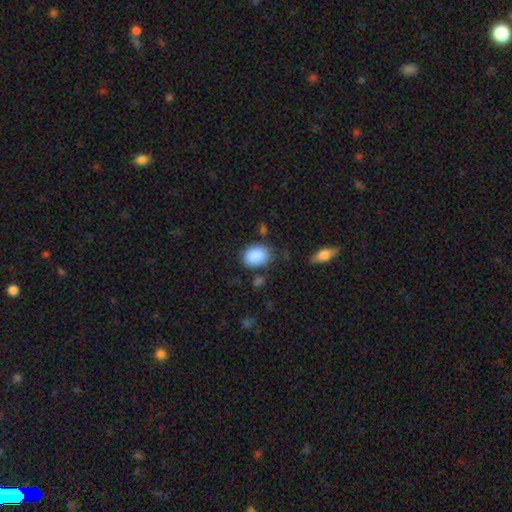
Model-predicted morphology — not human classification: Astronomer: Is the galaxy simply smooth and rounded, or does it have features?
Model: smooth — 89%.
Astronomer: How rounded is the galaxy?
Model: in between — 74%.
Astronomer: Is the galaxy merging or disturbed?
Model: none — 73%.